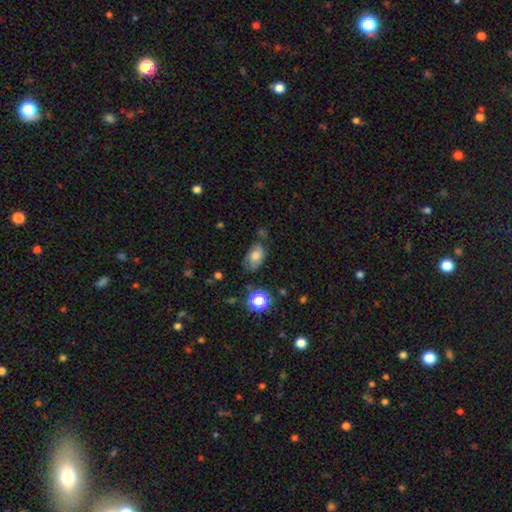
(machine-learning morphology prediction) Overall: smooth (70%). How rounded: in between (87%). Merging: none (59%; minor disturbance 28%).